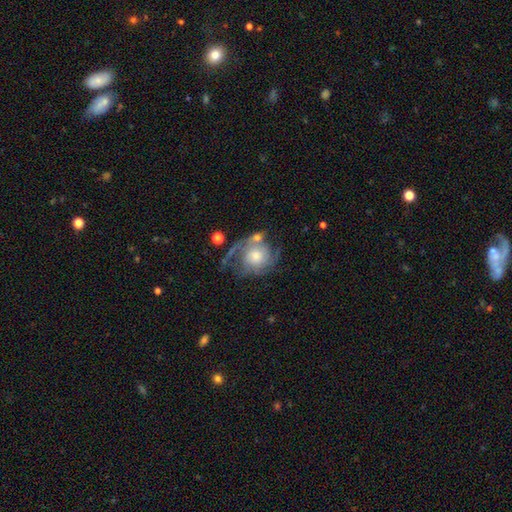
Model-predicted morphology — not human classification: This is likely a featured or disk galaxy (75%). It is clearly not viewed edge-on (98%). Bar: likely no (77%). Spiral arm pattern: clearly yes (90%). Spiral arm count: marginally 2 (40%). Spiral winding: marginally medium (40%). Central bulge: possibly moderate (48%). Merging: marginally none (44%).